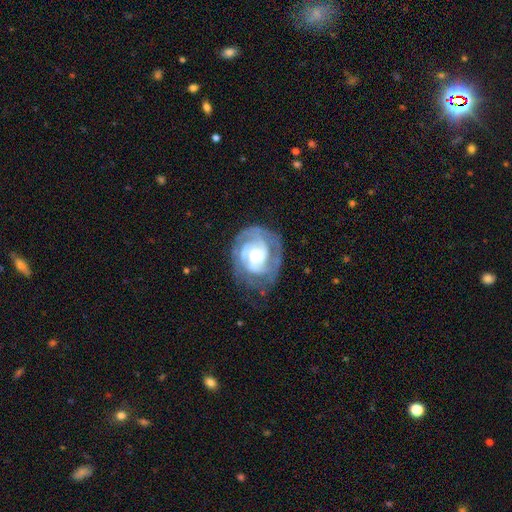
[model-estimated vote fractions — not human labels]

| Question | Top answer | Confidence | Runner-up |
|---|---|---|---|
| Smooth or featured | featured or disk | 83% | smooth (12%) |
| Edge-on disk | no | 98% | yes (2%) |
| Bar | no | 53% | weak (37%) |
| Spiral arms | yes | 93% | no (7%) |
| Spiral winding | tight | 56% | medium (35%) |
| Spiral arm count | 2 | 36% | can't tell (26%) |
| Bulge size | moderate | 50% | small (35%) |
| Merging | none | 66% | minor disturbance (20%) |